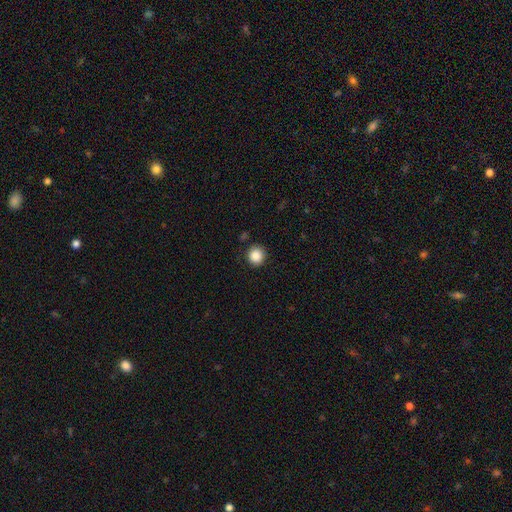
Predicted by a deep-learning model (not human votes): smooth 88%, star or artifact 9%, featured or disk 3%. Down the decision tree: how rounded — round (93%); merging — none (89%).